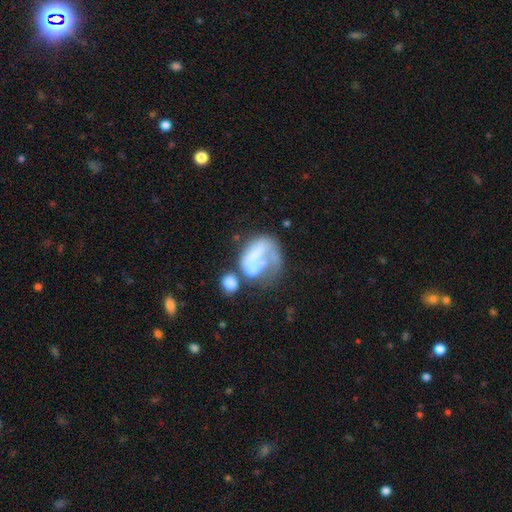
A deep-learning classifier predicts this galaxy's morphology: smooth-or-featured: featured or disk: 54% | smooth: 35% | star or artifact: 12%
  disk-edge-on: no: 97% | yes: 3%
    bar: no: 77% | weak: 14% | strong: 8%
    has-spiral-arms: no: 74% | yes: 26%
    bulge-size: none: 61% | small: 16% | moderate: 14% | large: 6% | dominant: 3%
  merging: major disturbance: 35% | merger: 27% | none: 22% | minor disturbance: 16%